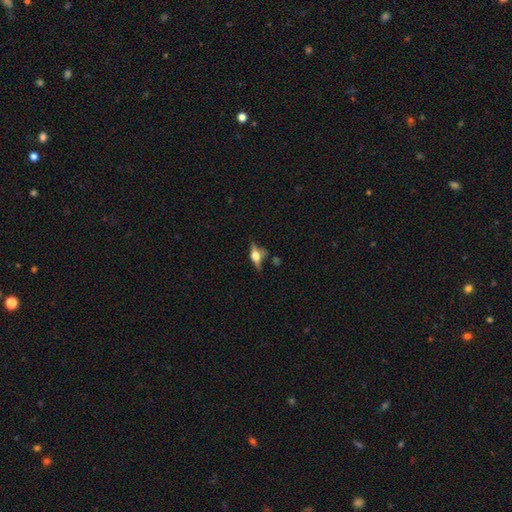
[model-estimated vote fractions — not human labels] Morphology: type=featured or disk (62%); edge-on=yes (92%); edge-on bulge=rounded (93%); merging=none (64%).